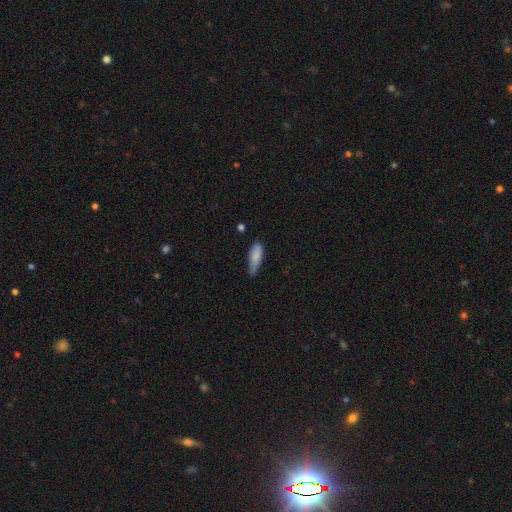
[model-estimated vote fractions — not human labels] Q: Smooth or featured?
A: smooth (84%); runner-up: featured or disk (10%)
Q: How rounded?
A: in between (54%); runner-up: cigar-shaped (45%)
Q: Merging?
A: none (55%); runner-up: minor disturbance (37%)